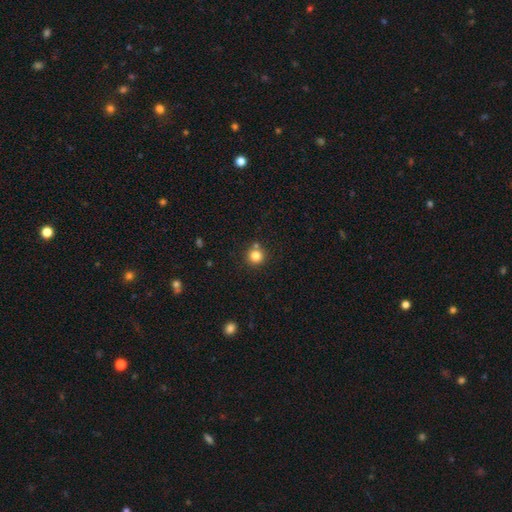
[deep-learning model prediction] A smooth galaxy with no disk features (81%) that is round (94%).

Vote fractions:
- Smooth or featured? smooth: 81% / star or artifact: 12% / featured or disk: 6%
- How rounded? round: 94% / in between: 5% / cigar-shaped: 1%
- Merging? none: 80% / merger: 11% / minor disturbance: 8% / major disturbance: 2%